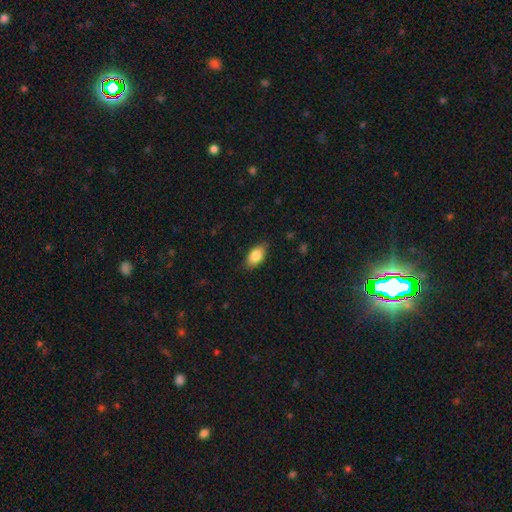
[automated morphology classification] smooth 83%, featured or disk 10%, star or artifact 7%. Down the decision tree: how rounded — in between (91%); merging — none (84%).